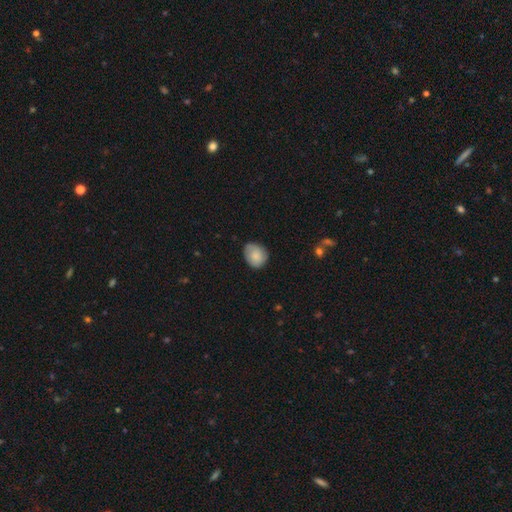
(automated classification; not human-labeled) The model was most divided on "how rounded": round: 59%, in between: 40%, cigar-shaped: 1%. More confident: smooth or featured — smooth (81%); merging — none (74%).